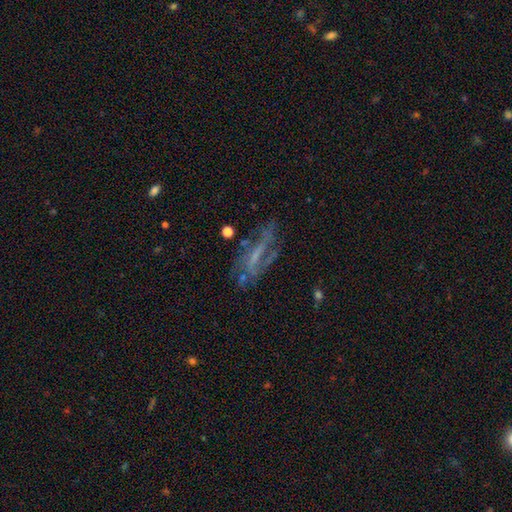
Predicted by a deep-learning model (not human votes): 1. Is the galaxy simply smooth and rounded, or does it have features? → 62% featured or disk, 23% smooth, 14% star or artifact.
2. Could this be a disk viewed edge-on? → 76% no, 24% yes.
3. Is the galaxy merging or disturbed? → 49% none, 24% major disturbance, 21% minor disturbance, 6% merger.